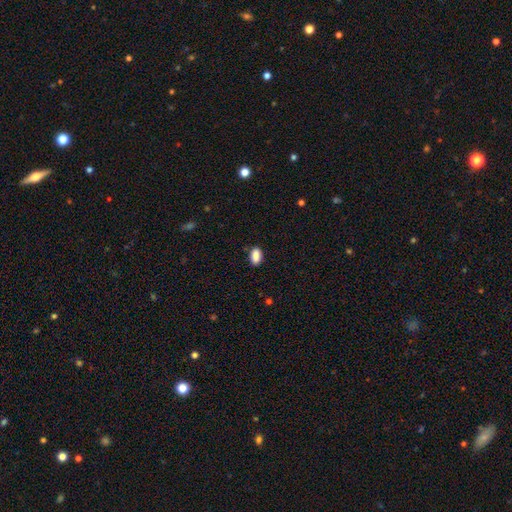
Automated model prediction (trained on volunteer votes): Smooth or featured: smooth — 89% (star or artifact — 8%)
How rounded: in between — 91% (round — 6%)
Merging: none — 83% (minor disturbance — 13%)